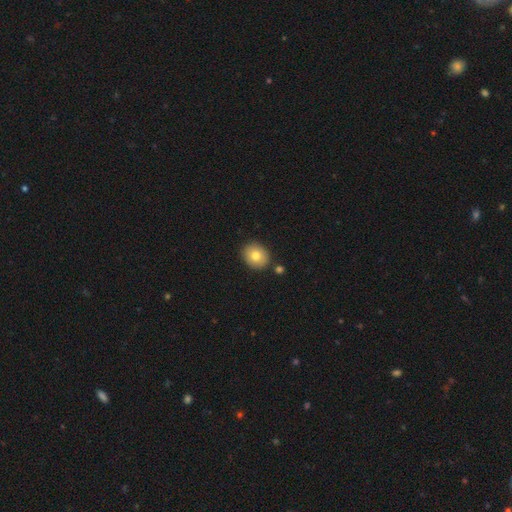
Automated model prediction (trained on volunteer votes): smooth_or_featured: smooth (p=0.79) [alt: featured or disk p=0.12]
how_rounded: round (p=0.66) [alt: in between p=0.33]
merging: none (p=0.84) [alt: minor disturbance p=0.09]